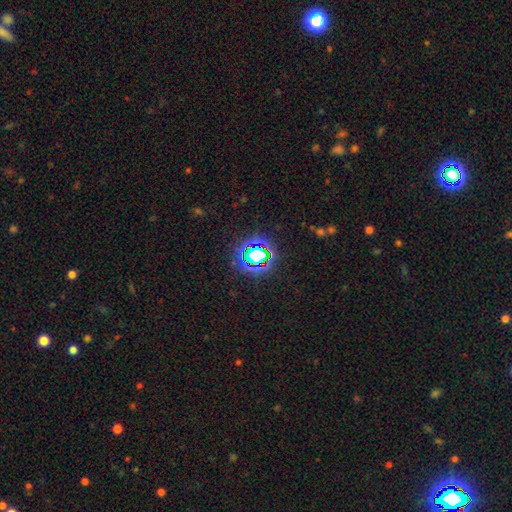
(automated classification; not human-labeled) This is likely a star or artifact rather than a galaxy (68%).